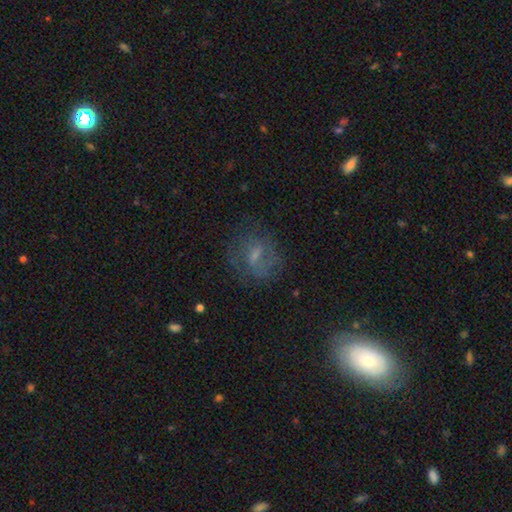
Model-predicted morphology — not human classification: This is possibly a featured or disk galaxy (47%). Merging: likely none (64%).